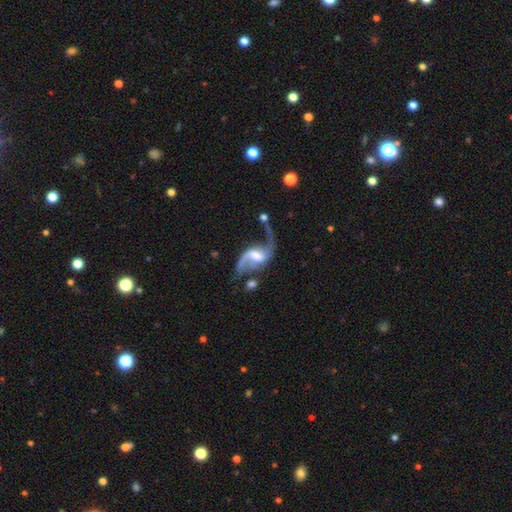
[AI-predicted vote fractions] This is clearly a featured or disk galaxy (87%). It is clearly not viewed edge-on (97%). Bar: possibly weak (53%). Spiral arm pattern: clearly yes (95%). Spiral arm count: clearly 2 (88%). Spiral winding: clearly loose (81%). Central bulge: marginally moderate (44%). Merging: possibly none (46%).